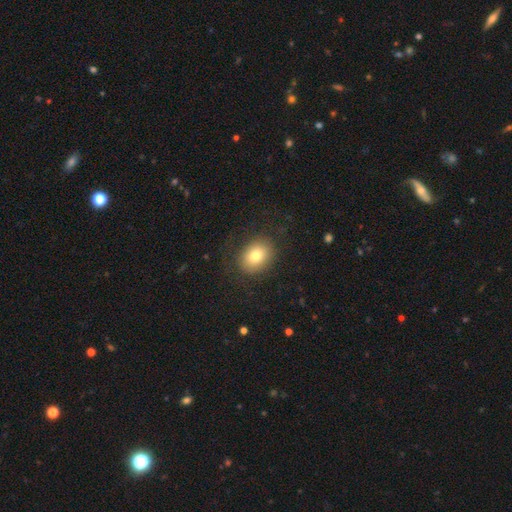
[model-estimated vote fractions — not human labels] This appears to be a smooth galaxy with no disk features (78%) that is in between round and cigar-shaped (53%). Merging: none (82%).